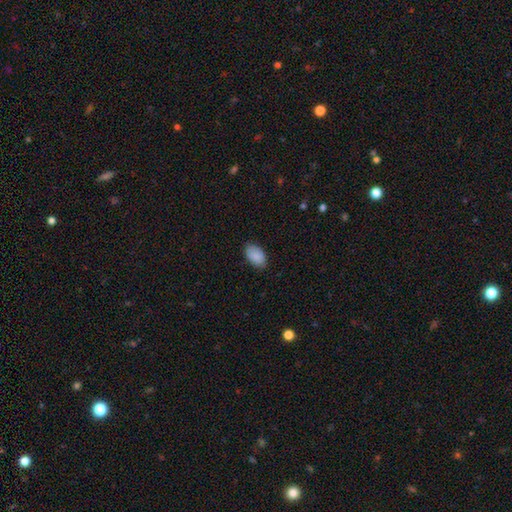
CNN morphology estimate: This is clearly a smooth galaxy (90%). How rounded: clearly in between (93%). Merging: clearly none (85%).